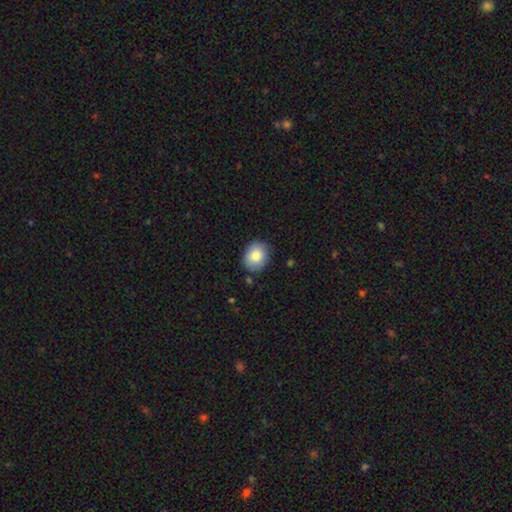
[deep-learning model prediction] smooth-or-featured: smooth: 85% | star or artifact: 7% | featured or disk: 7%
  how-rounded: round: 50% (tied) | in between: 50% (tied) | cigar-shaped: 1%
  merging: none: 82% | minor disturbance: 13% | major disturbance: 3% | merger: 2%